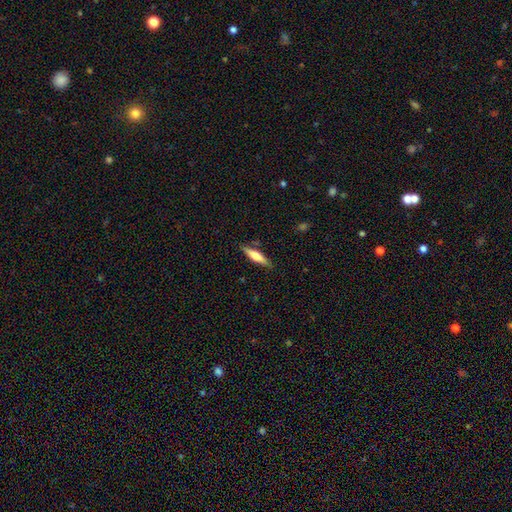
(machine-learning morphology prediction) type=smooth (48%); merging=none (83%).